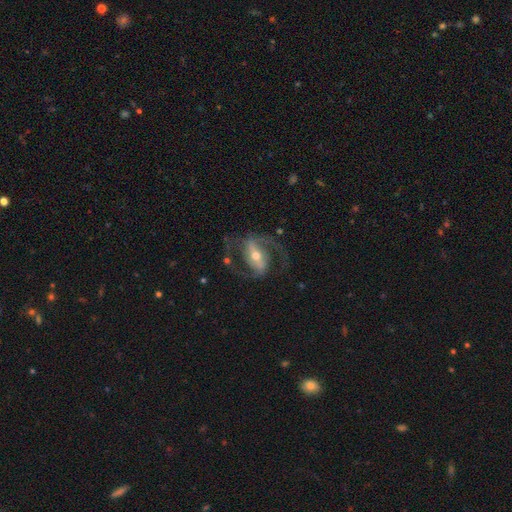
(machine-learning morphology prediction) Smooth or featured? Predicted: featured or disk (p=0.89). Edge-on disk? Predicted: no (p=0.96). Bar? Predicted: strong (p=0.56). Spiral arms? Predicted: yes (p=0.96). Spiral winding? Predicted: medium (p=0.60). Spiral arm count? Predicted: 2 (p=0.92). Bulge size? Predicted: moderate (p=0.62). Merging? Predicted: none (p=0.73).